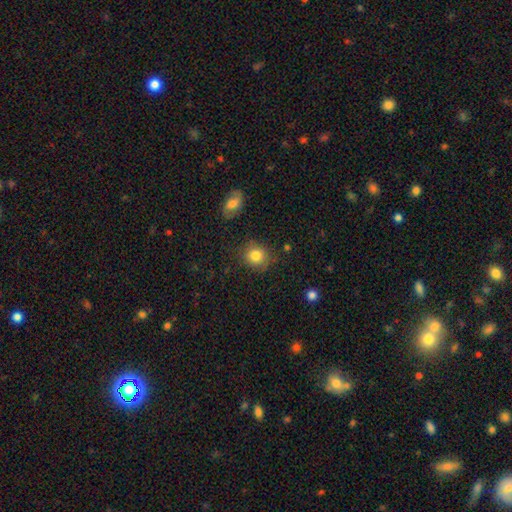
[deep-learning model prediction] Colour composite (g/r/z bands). It shows a smooth galaxy with no disk features (83%) that is round (81%). Merging: none (81%).